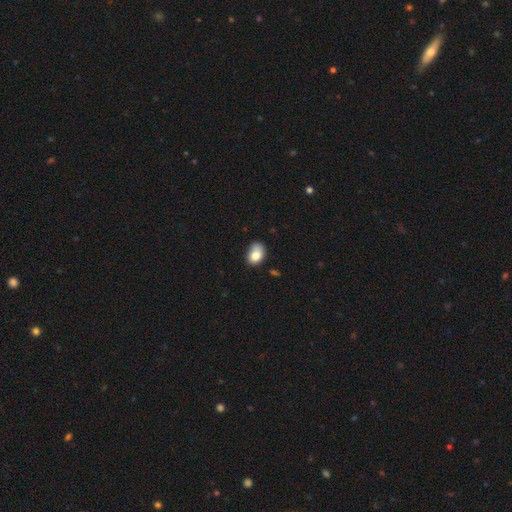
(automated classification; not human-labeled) smooth-or-featured: smooth: 79% | featured or disk: 12% | star or artifact: 9%
  how-rounded: in between: 72% | round: 27% | cigar-shaped: 1%
  merging: none: 49% | minor disturbance: 35% | major disturbance: 10% | merger: 6%